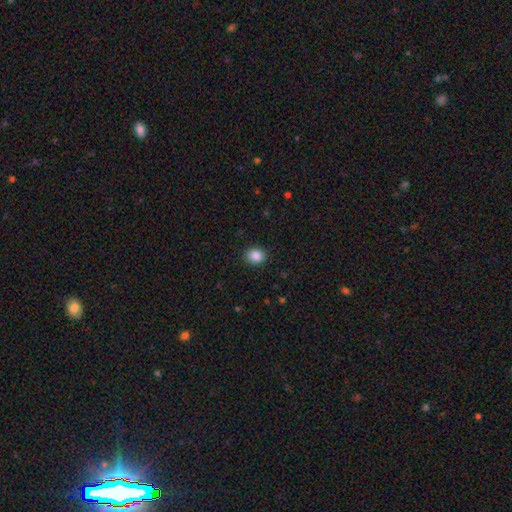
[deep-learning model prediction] Smooth or featured? Predicted: smooth (p=0.87). How rounded? Predicted: round (p=0.62). Merging? Predicted: none (p=0.90).